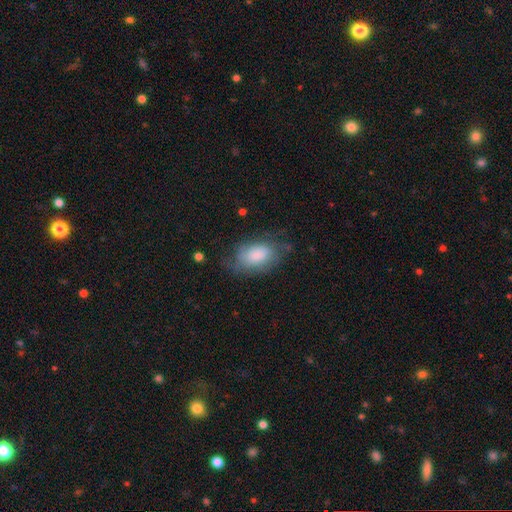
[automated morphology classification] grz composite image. It shows a smooth galaxy with no disk features (64%) that is in between round and cigar-shaped (91%). Merging: none (60%).